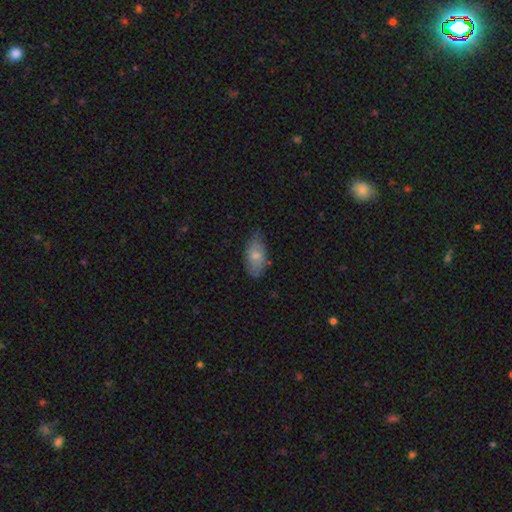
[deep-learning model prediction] Overall: smooth (74%). How rounded: in between (92%). Merging: none (68%).